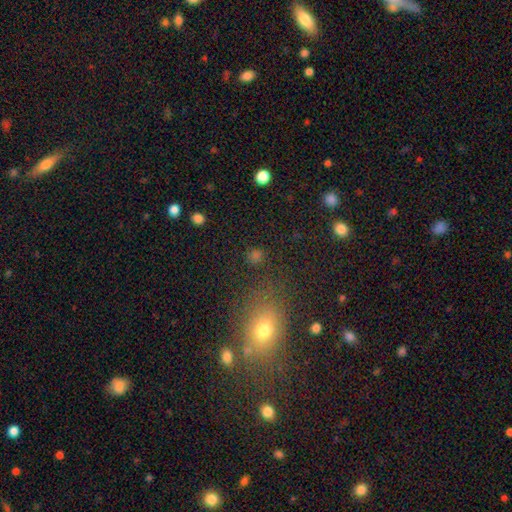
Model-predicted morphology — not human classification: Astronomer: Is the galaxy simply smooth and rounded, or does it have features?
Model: smooth — 66%.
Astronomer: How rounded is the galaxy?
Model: round — 73%.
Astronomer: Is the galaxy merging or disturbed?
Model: none — 79%.